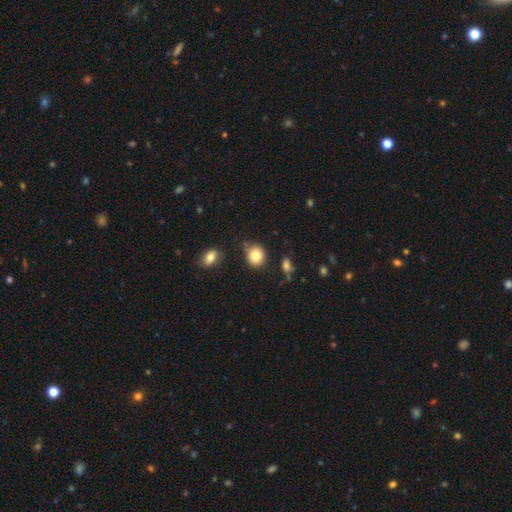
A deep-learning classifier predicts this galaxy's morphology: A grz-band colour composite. It shows a smooth galaxy with no disk features (82%) that is round (72%). Merging: none (78%).